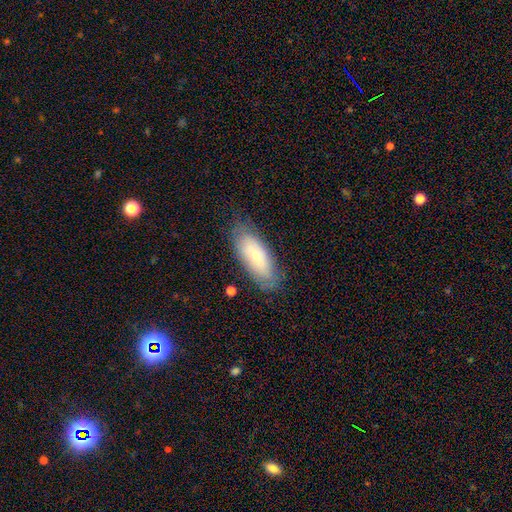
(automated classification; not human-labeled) A smooth galaxy with no disk features (66%) that is in between round and cigar-shaped (77%). Merging: none (77%).